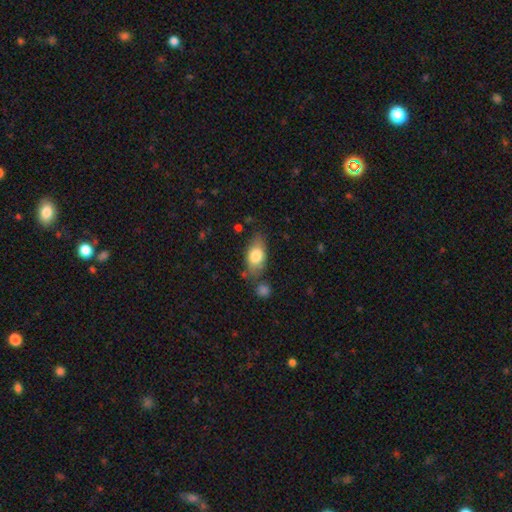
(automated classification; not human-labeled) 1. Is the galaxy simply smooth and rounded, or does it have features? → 78% smooth, 15% featured or disk, 7% star or artifact.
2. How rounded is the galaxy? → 88% in between, 7% round, 5% cigar-shaped.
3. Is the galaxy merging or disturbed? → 69% none, 19% minor disturbance, 6% merger, 6% major disturbance.